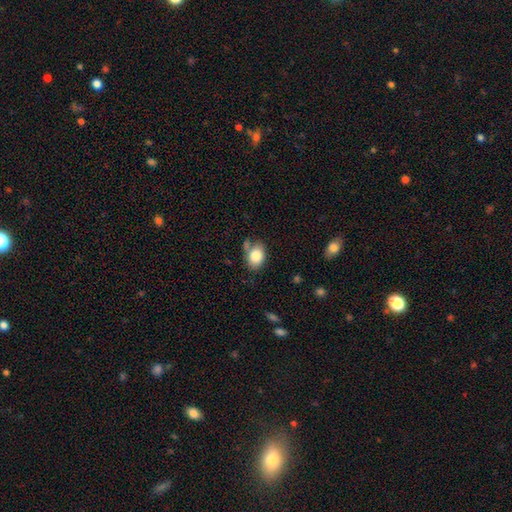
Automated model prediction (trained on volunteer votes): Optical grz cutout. It shows a smooth galaxy with no disk features (84%) that is in between round and cigar-shaped (74%). Merging: none (64%).